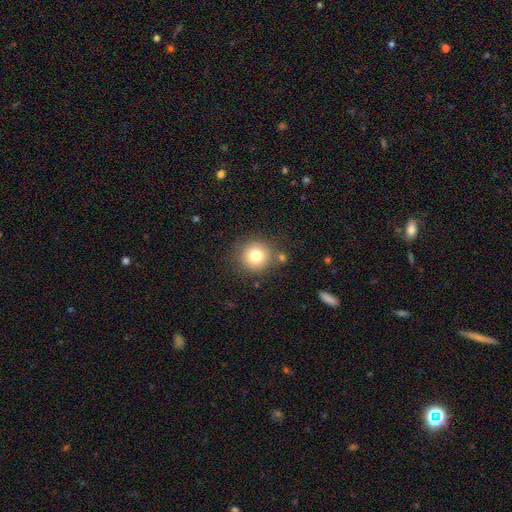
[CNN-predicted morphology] The model was most divided on "smooth or featured": smooth: 79%, star or artifact: 12%, featured or disk: 9%. More confident: how rounded — round (94%); merging — none (81%).